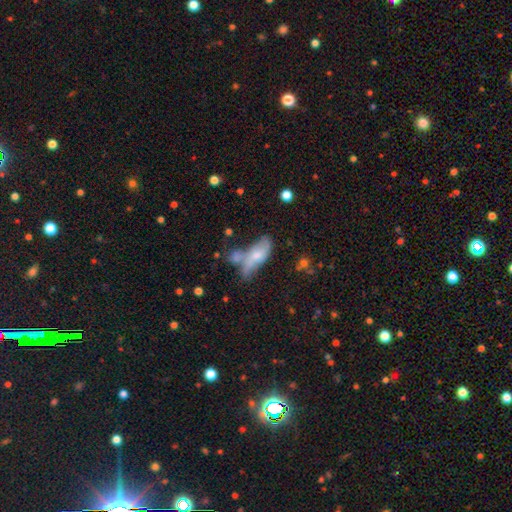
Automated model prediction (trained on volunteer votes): The model was most divided on "merging": merger: 34%, none: 30%, minor disturbance: 21%, major disturbance: 15%. More confident: how rounded — in between (71%); smooth or featured — smooth (52%).